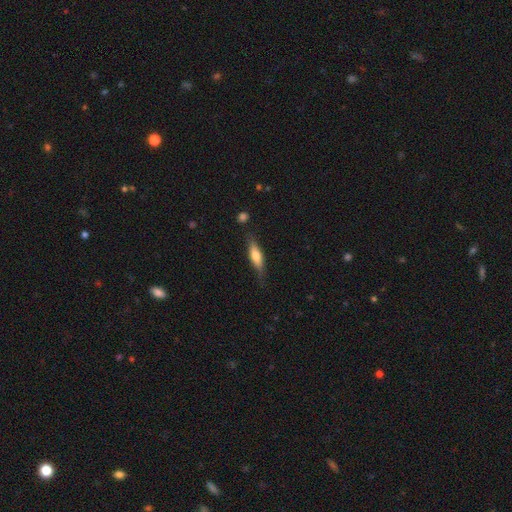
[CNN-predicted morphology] type=smooth (57%); roundness=cigar-shaped (62%); merging=none (73%).